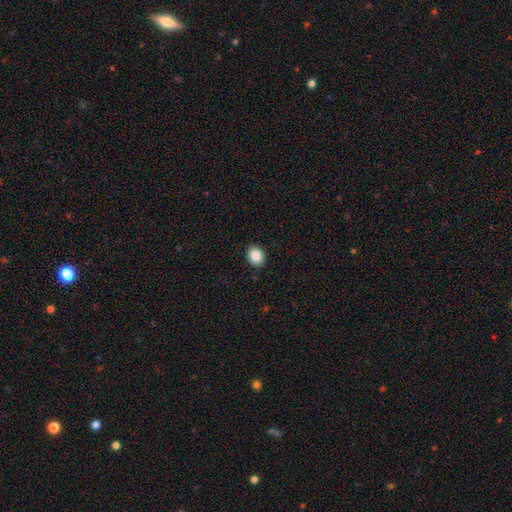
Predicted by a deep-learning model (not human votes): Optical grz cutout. It shows a smooth galaxy with no disk features (87%) that is in between round and cigar-shaped (52%). Merging: none (90%).